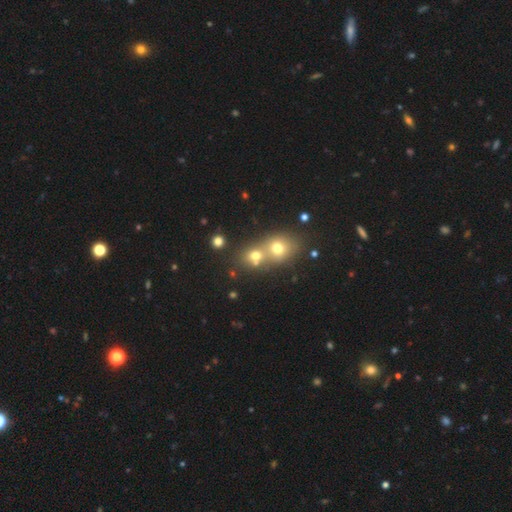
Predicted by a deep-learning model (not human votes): Smooth or featured: smooth — 67% (star or artifact — 18%)
How rounded: round — 70% (in between — 29%)
Merging: merger — 55% (none — 36%)